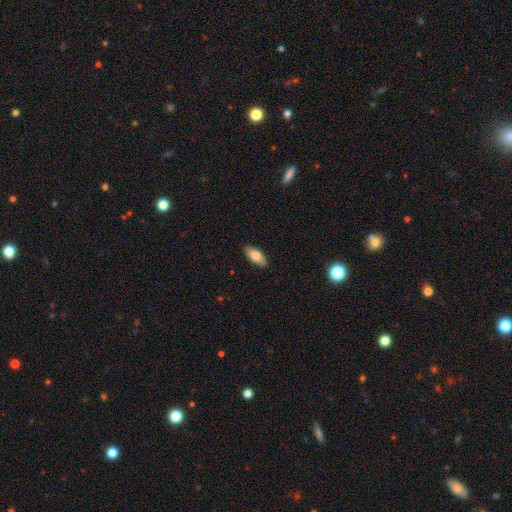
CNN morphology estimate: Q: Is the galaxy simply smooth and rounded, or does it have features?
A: smooth — 79%.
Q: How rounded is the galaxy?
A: in between — 85%.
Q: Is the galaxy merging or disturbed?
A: none — 88%.